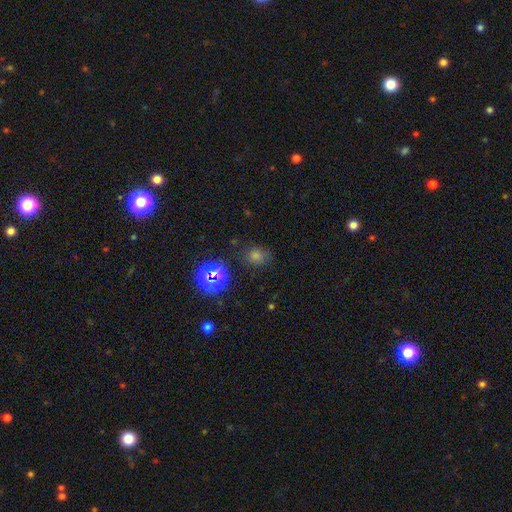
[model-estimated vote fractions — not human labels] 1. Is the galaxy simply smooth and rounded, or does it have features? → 62% smooth, 31% star or artifact, 7% featured or disk.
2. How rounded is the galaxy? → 61% round, 38% in between, 1% cigar-shaped.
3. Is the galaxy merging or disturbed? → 78% none, 14% minor disturbance, 5% major disturbance, 3% merger.